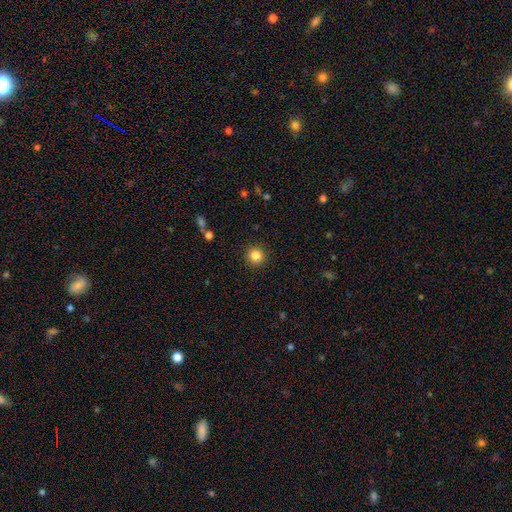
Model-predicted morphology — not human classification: The model was most divided on "smooth or featured": smooth: 83%, star or artifact: 12%, featured or disk: 5%. More confident: how rounded — round (94%); merging — none (90%).